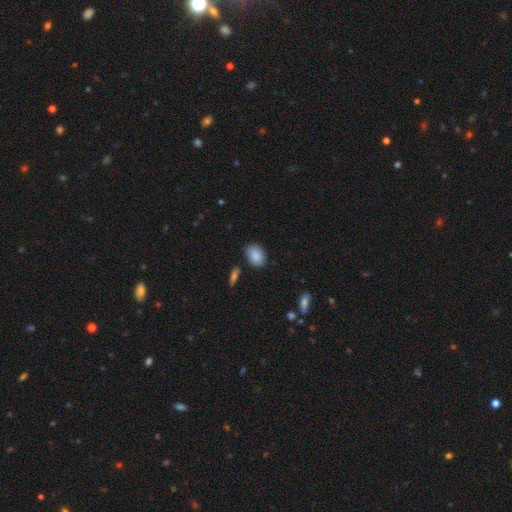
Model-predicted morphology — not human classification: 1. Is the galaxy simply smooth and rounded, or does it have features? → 88% smooth, 7% star or artifact, 5% featured or disk.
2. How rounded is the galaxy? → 73% in between, 25% round, 1% cigar-shaped.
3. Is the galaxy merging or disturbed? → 82% none, 12% minor disturbance, 3% merger, 3% major disturbance.